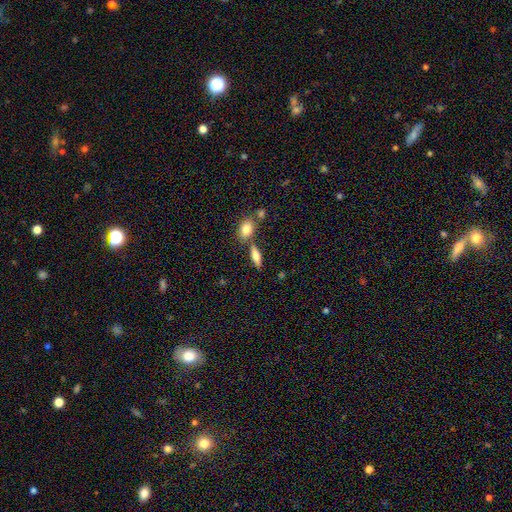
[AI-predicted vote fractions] Smooth or featured? smooth (70%)
How rounded? in between (60%)
Merging? none (66%)